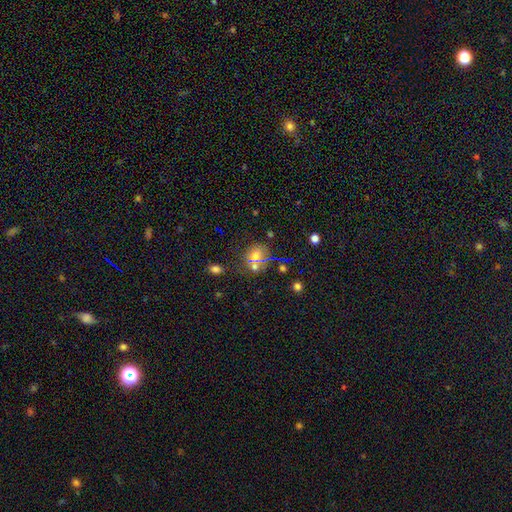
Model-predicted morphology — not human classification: Overall: smooth (54%; star or artifact 32%). How rounded: round (65%; in between 33%). Merging: none (64%).